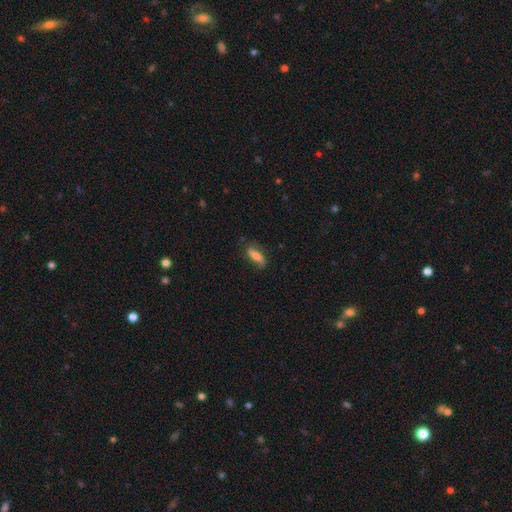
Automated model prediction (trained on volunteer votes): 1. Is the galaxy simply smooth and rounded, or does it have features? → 55% smooth, 37% featured or disk, 7% star or artifact.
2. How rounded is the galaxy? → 59% in between, 38% cigar-shaped, 3% round.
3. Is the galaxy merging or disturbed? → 70% none, 21% minor disturbance, 7% major disturbance, 2% merger.